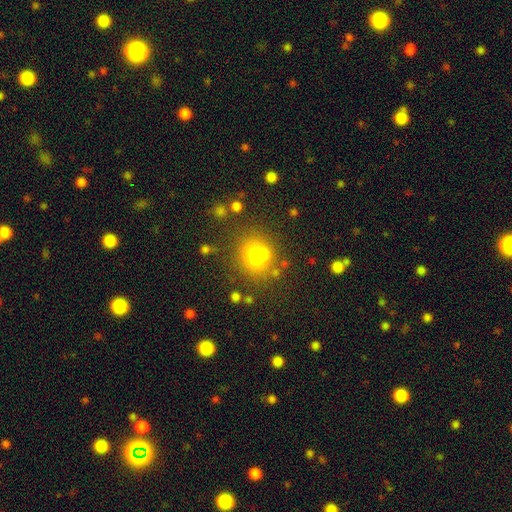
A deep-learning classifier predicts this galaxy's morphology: Q: Smooth or featured?
A: smooth (66%); runner-up: star or artifact (18%)
Q: How rounded?
A: round (80%); runner-up: in between (19%)
Q: Merging?
A: none (54%); runner-up: merger (31%)